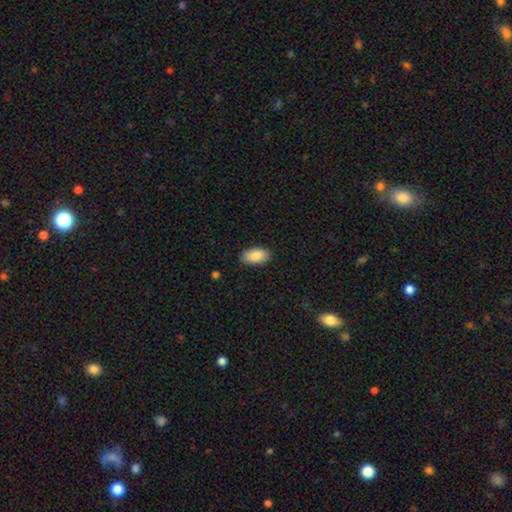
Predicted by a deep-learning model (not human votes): Morphology: type=smooth (88%); roundness=in between (94%); merging=none (85%).